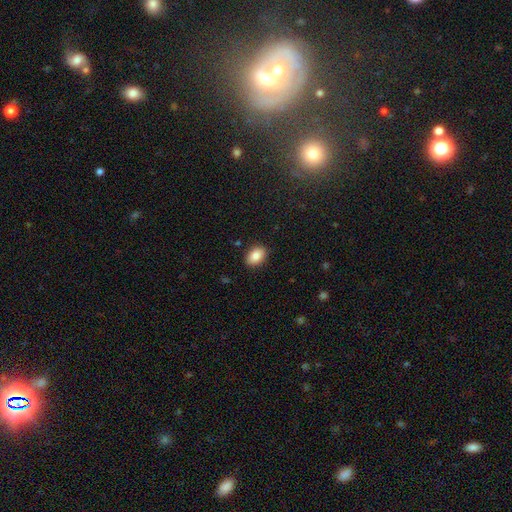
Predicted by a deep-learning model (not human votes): smooth_or_featured: smooth (p=0.86) [alt: star or artifact p=0.08]
how_rounded: in between (p=0.83) [alt: round p=0.16]
merging: none (p=0.88) [alt: minor disturbance p=0.09]